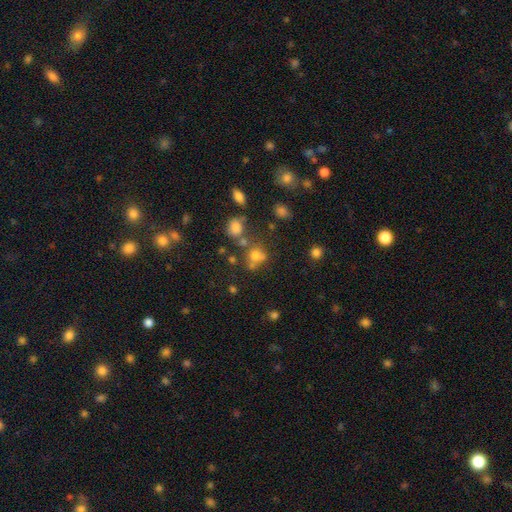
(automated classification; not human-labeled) Smooth or featured? smooth (68%)
How rounded? round (73%)
Merging? none (50%)